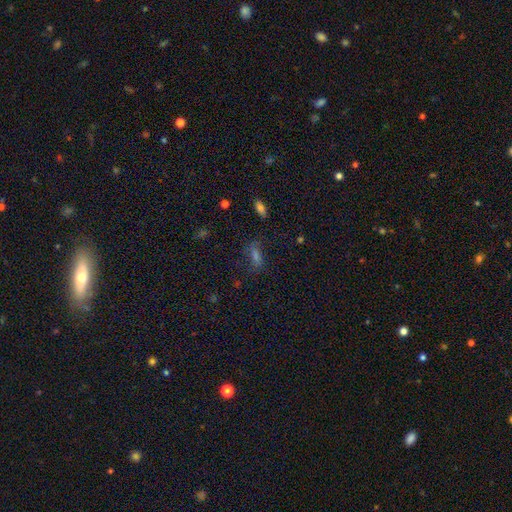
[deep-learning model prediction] Q: Smooth or featured?
A: smooth (45%); runner-up: star or artifact (32%)
Q: Merging?
A: none (65%); runner-up: minor disturbance (18%)